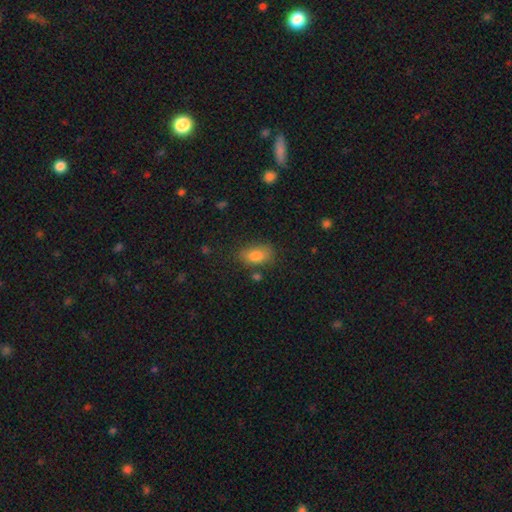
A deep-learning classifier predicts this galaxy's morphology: The model was most divided on "merging": none: 71%, minor disturbance: 19%, major disturbance: 5%, merger: 4%. More confident: how rounded — in between (86%); smooth or featured — smooth (81%).